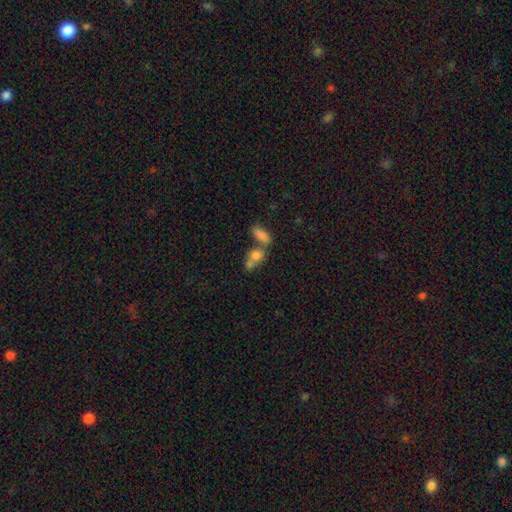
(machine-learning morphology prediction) This appears to be a smooth galaxy with no disk features (76%) that is in between round and cigar-shaped (68%). Merging: merger (52%).